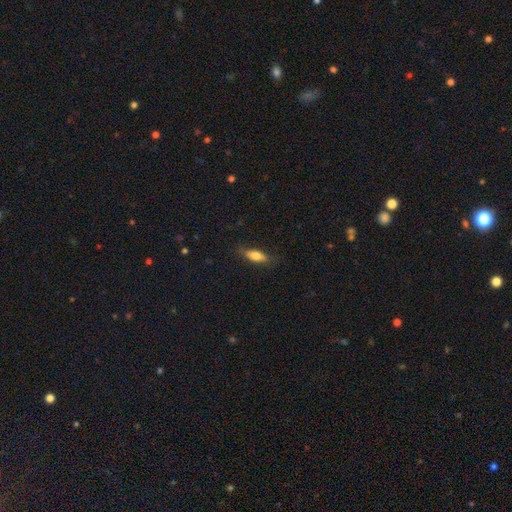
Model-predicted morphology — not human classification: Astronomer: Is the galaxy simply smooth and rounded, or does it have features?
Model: smooth — 72%.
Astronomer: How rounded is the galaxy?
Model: in between — 64%.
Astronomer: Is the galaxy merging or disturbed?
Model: none — 73%.